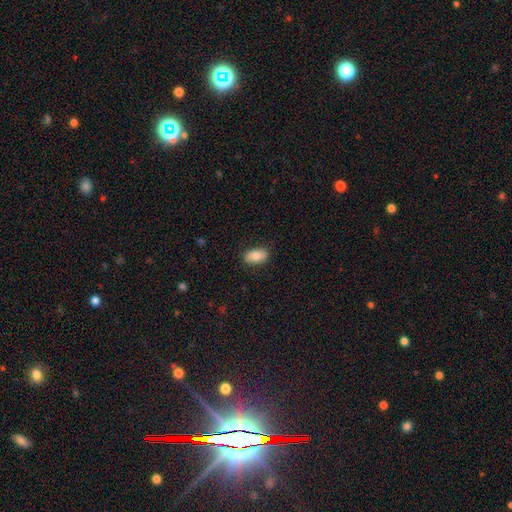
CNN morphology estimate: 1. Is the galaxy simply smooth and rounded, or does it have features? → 81% smooth, 12% featured or disk, 7% star or artifact.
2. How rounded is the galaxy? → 91% in between, 5% round, 4% cigar-shaped.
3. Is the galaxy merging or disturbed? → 85% none, 11% minor disturbance, 2% major disturbance, 1% merger.